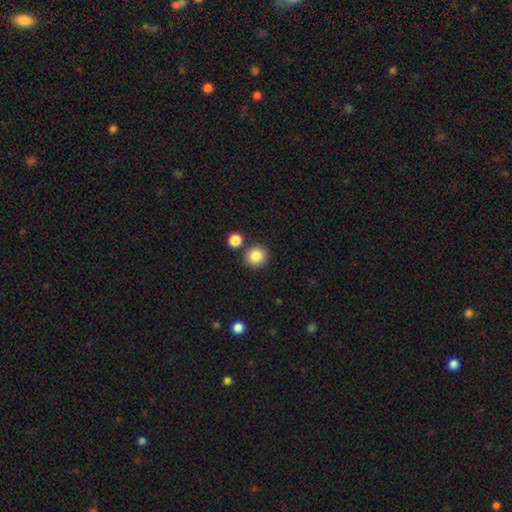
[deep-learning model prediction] Overall: smooth (86%). How rounded: round (89%). Merging: none (81%).